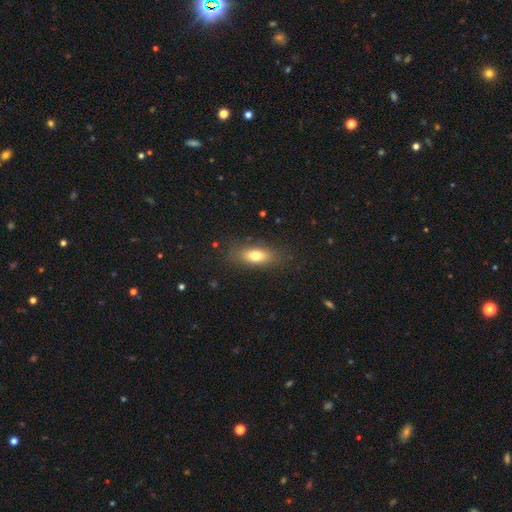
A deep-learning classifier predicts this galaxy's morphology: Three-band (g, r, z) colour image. It shows a smooth galaxy with no disk features (74%) that is in between round and cigar-shaped (78%). Merging: none (81%).